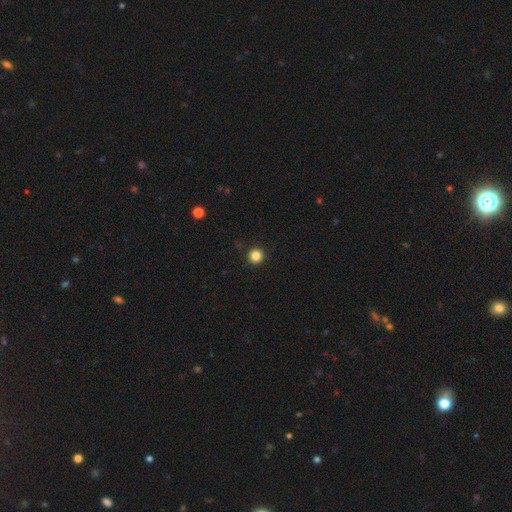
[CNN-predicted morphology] Q: Smooth or featured?
A: smooth (85%); runner-up: star or artifact (12%)
Q: How rounded?
A: round (95%); runner-up: in between (4%)
Q: Merging?
A: none (93%); runner-up: minor disturbance (5%)